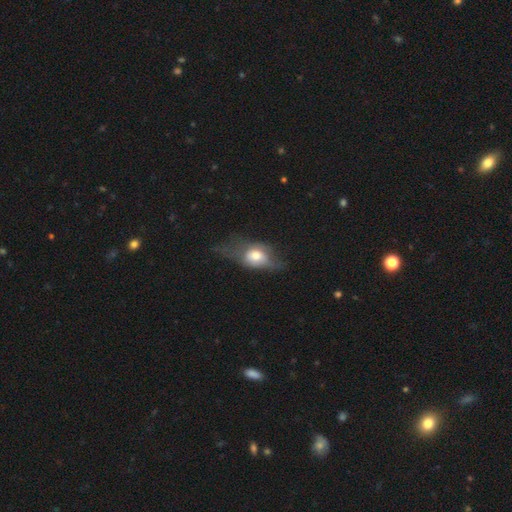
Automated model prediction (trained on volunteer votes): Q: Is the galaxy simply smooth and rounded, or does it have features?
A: smooth — 59%.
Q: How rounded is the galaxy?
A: in between — 66%.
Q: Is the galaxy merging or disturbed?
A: major disturbance — 40%.